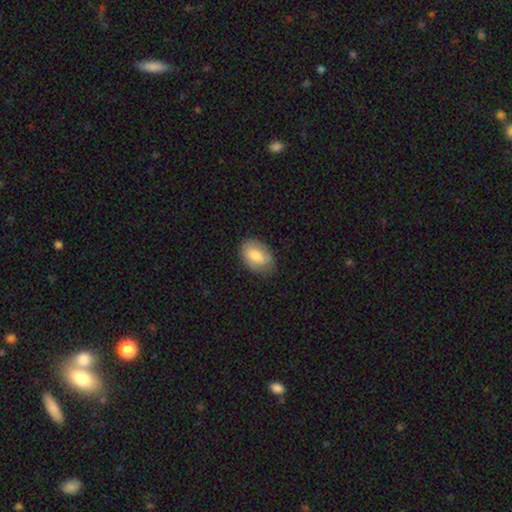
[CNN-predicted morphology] A smooth galaxy with no disk features (74%) that is in between round and cigar-shaped (86%).

Vote fractions:
- Smooth or featured? smooth: 74% / featured or disk: 20% / star or artifact: 7%
- How rounded? in between: 86% / round: 13% / cigar-shaped: 1%
- Merging? none: 76% / minor disturbance: 19% / major disturbance: 4% / merger: 1%